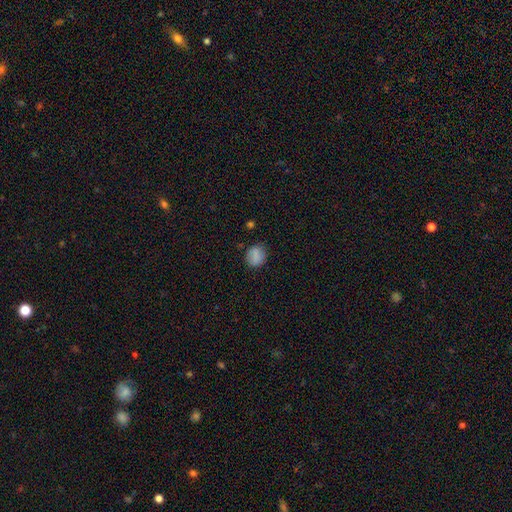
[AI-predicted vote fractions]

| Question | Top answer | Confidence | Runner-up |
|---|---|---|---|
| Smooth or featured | smooth | 83% | star or artifact (9%) |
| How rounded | round | 71% | in between (28%) |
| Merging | none | 83% | minor disturbance (12%) |